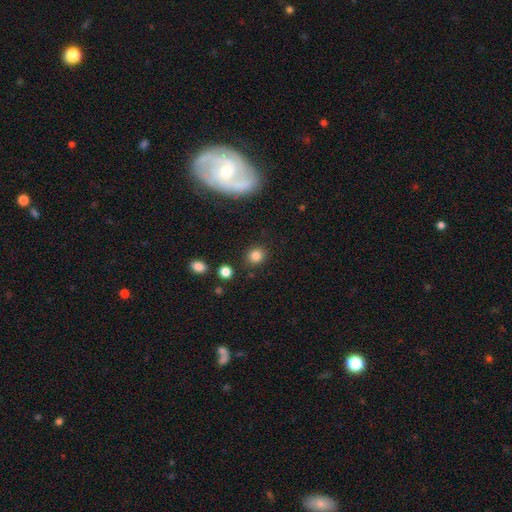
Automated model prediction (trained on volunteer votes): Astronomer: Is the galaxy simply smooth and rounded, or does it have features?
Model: smooth — 83%.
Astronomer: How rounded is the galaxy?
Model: round — 77%.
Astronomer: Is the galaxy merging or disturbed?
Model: none — 86%.